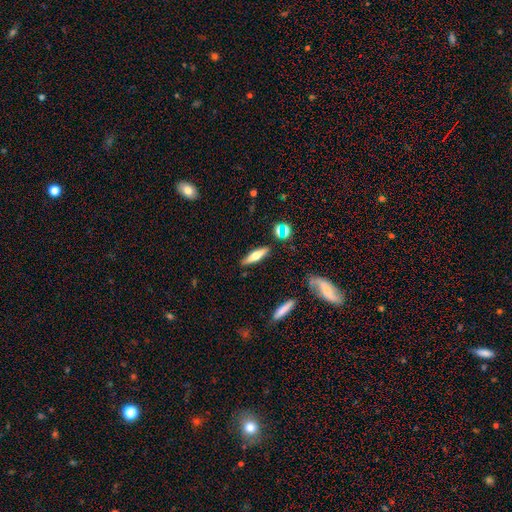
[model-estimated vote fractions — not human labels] Q: Smooth or featured?
A: smooth (50%); runner-up: featured or disk (43%)
Q: Merging?
A: none (84%); runner-up: minor disturbance (10%)